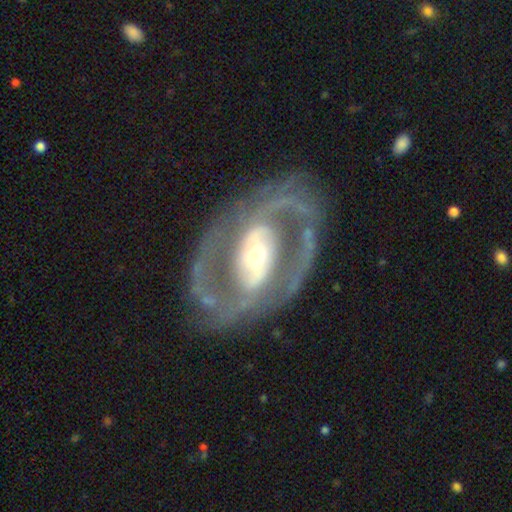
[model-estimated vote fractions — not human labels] Morphology: type=featured or disk (87%); edge-on=no (95%); bar=strong (38%); spiral arms=yes (86%); winding=medium (49%); arm count=2 (84%); bulge=moderate (63%); merging=none (75%).